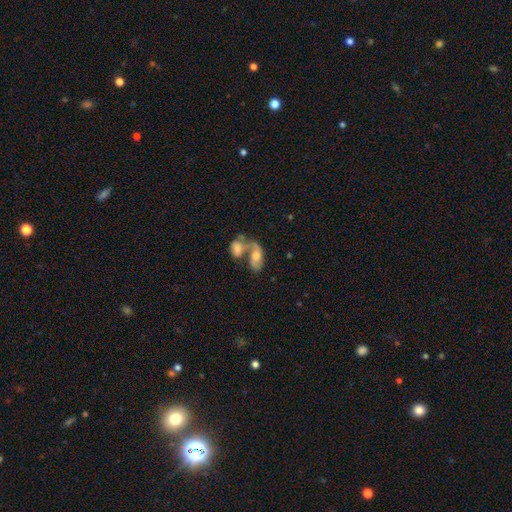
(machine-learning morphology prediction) Smooth or featured: featured or disk — 51% (smooth — 40%)
Edge-on disk: no — 94% (yes — 6%)
Merging: merger — 68% (none — 15%)